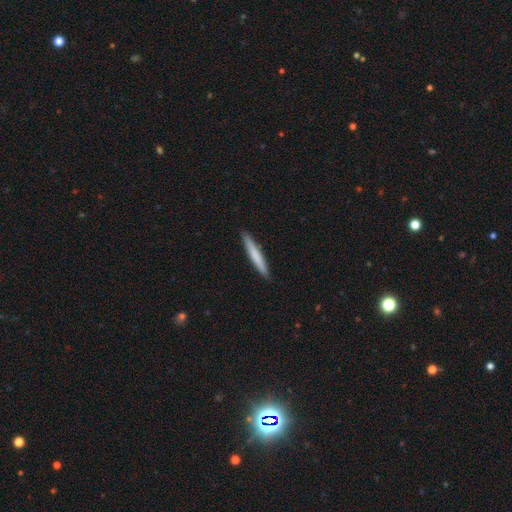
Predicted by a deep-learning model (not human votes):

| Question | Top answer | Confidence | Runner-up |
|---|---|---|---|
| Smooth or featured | smooth | 70% | featured or disk (25%) |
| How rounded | cigar-shaped | 96% | in between (3%) |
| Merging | none | 92% | minor disturbance (6%) |